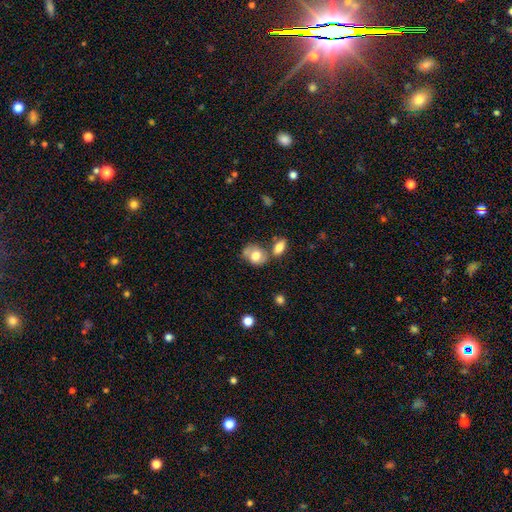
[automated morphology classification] Smooth or featured?
  - smooth: 69% *
  - featured or disk: 23%
  - star or artifact: 8%
How rounded?
  - in between: 57% *
  - round: 41%
  - cigar-shaped: 2%
Merging?
  - none: 46% *
  - merger: 26%
  - minor disturbance: 20%
  - major disturbance: 8%